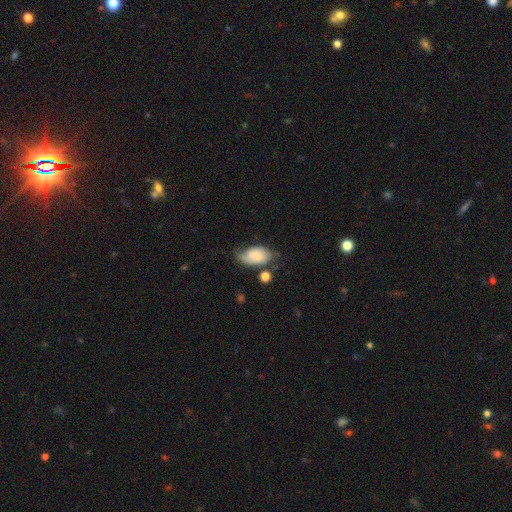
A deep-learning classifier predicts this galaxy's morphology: Smooth or featured?
  - smooth: 62% *
  - featured or disk: 30%
  - star or artifact: 8%
How rounded?
  - in between: 90% *
  - round: 8%
  - cigar-shaped: 2%
Merging?
  - none: 42% *
  - minor disturbance: 34%
  - major disturbance: 17%
  - merger: 8%